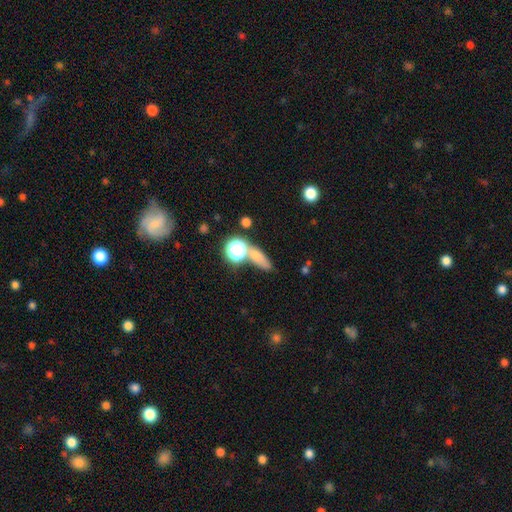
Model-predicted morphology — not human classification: The model was most divided on "how rounded": in between: 42%, cigar-shaped: 32%, round: 25%. More confident: smooth or featured — smooth (63%); merging — none (56%).